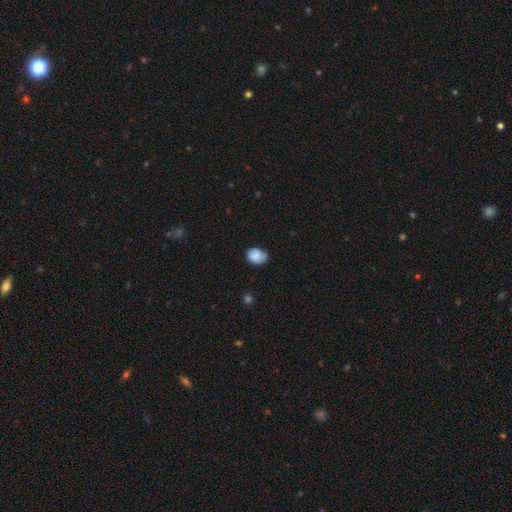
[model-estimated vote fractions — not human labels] The model was most divided on "how rounded": in between: 67%, round: 32%, cigar-shaped: 1%. More confident: smooth or featured — smooth (82%); merging — none (70%).